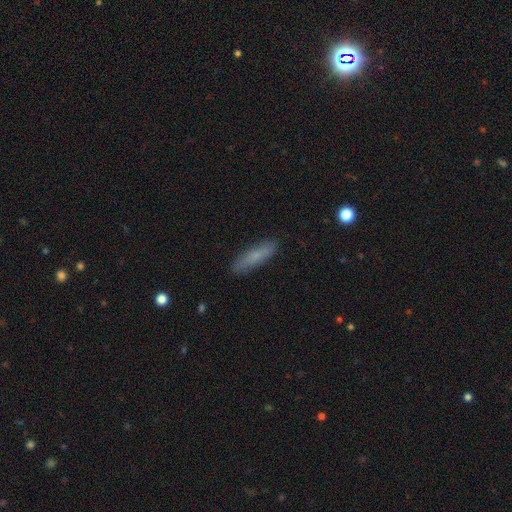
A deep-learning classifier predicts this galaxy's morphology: A smooth galaxy with no disk features (75%) that is cigar-shaped (75%).

Vote fractions:
- Smooth or featured? smooth: 75% / featured or disk: 18% / star or artifact: 7%
- How rounded? cigar-shaped: 75% / in between: 23% / round: 2%
- Merging? none: 87% / minor disturbance: 10% / major disturbance: 2% / merger: 1%